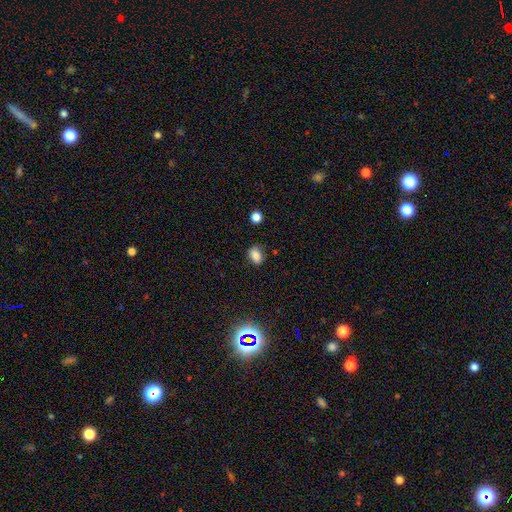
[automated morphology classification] smooth_or_featured: smooth (p=0.82) [alt: star or artifact p=0.12]
how_rounded: in between (p=0.74) [alt: round p=0.25]
merging: none (p=0.74) [alt: minor disturbance p=0.19]